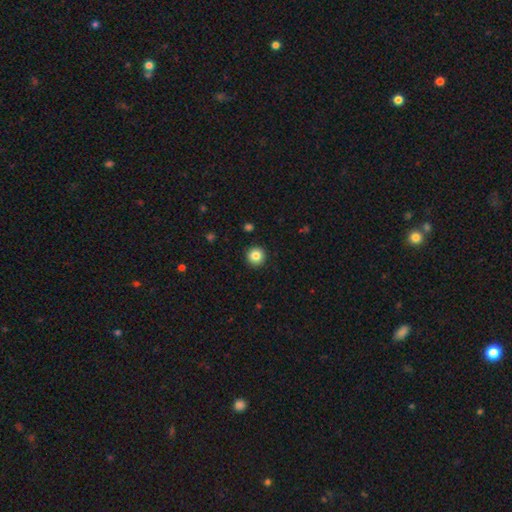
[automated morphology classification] type=smooth (84%); roundness=round (96%); merging=none (93%).